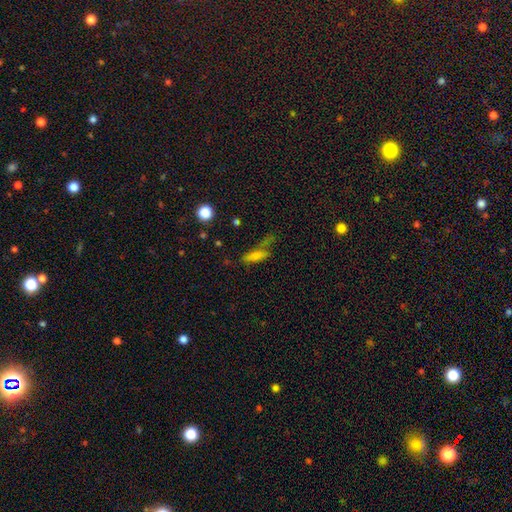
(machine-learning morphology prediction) smooth_or_featured: smooth (p=0.69) [alt: featured or disk p=0.16]
how_rounded: in between (p=0.49) [alt: cigar-shaped p=0.46]
merging: none (p=0.46) [alt: minor disturbance p=0.24]